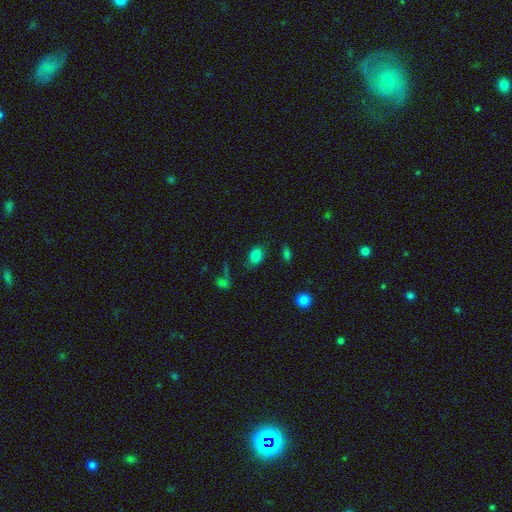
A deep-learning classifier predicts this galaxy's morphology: Q: Smooth or featured?
A: smooth (82%); runner-up: star or artifact (12%)
Q: How rounded?
A: in between (74%); runner-up: round (24%)
Q: Merging?
A: none (74%); runner-up: minor disturbance (16%)